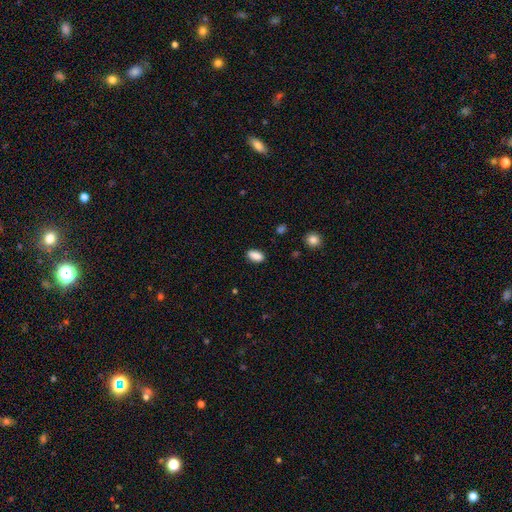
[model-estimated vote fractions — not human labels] This appears to be a smooth galaxy with no disk features (87%) that is in between round and cigar-shaped (87%). Merging: none (86%).